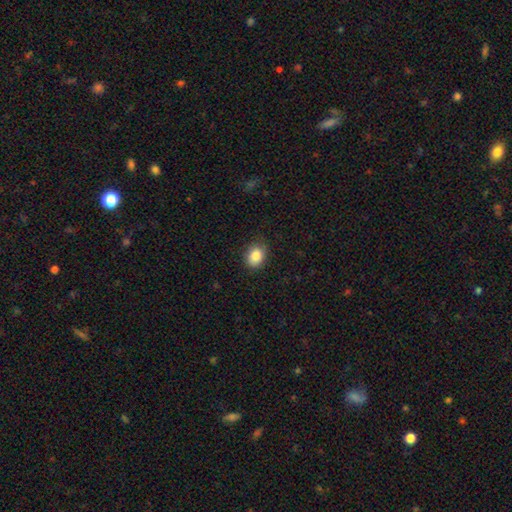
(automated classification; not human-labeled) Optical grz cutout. It shows a smooth galaxy with no disk features (86%) that is in between round and cigar-shaped (56%). Merging: none (82%).